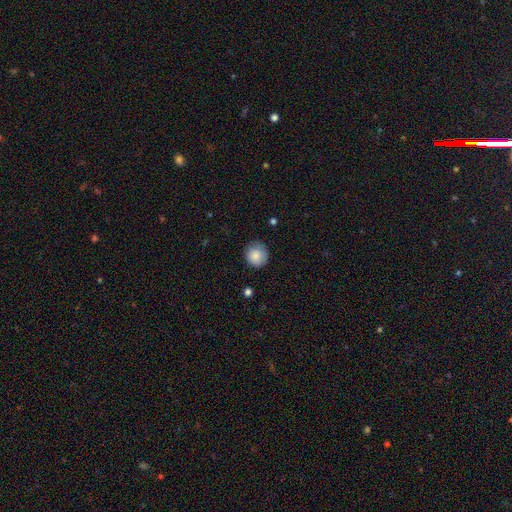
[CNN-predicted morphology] This is clearly a smooth galaxy (85%). How rounded: clearly round (88%). Merging: likely none (75%).